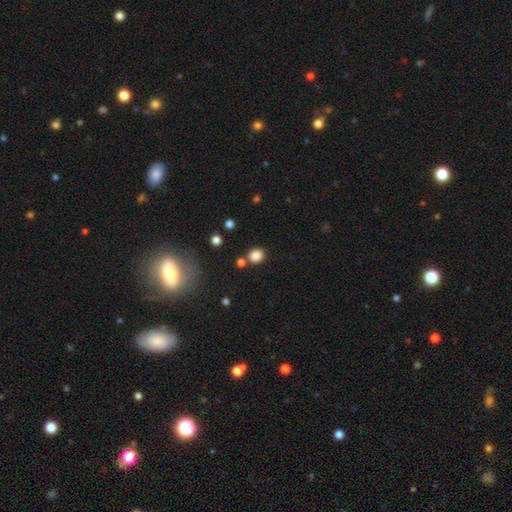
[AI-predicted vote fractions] The model was most divided on "how rounded": round: 70%, in between: 29%, cigar-shaped: 1%. More confident: smooth or featured — smooth (83%); merging — none (75%).